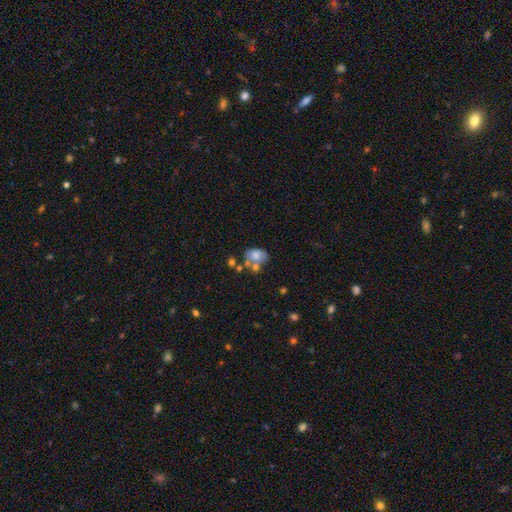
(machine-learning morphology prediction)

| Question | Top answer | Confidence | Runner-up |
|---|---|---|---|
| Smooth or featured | smooth | 62% | featured or disk (28%) |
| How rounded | in between | 75% | round (23%) |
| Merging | merger | 36% | none (33%) |